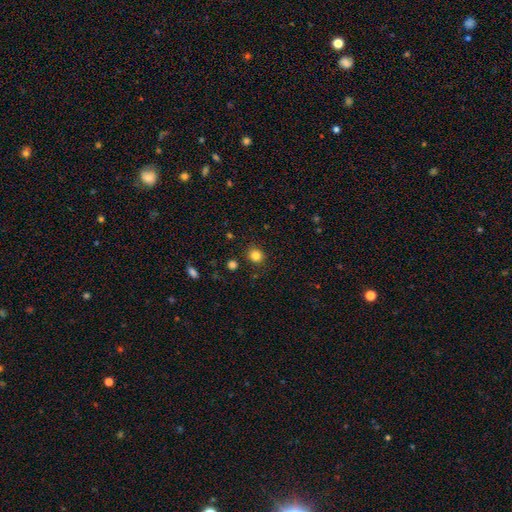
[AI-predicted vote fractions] Smooth or featured: smooth — 83% (star or artifact — 12%)
How rounded: round — 81% (in between — 18%)
Merging: none — 88% (minor disturbance — 8%)